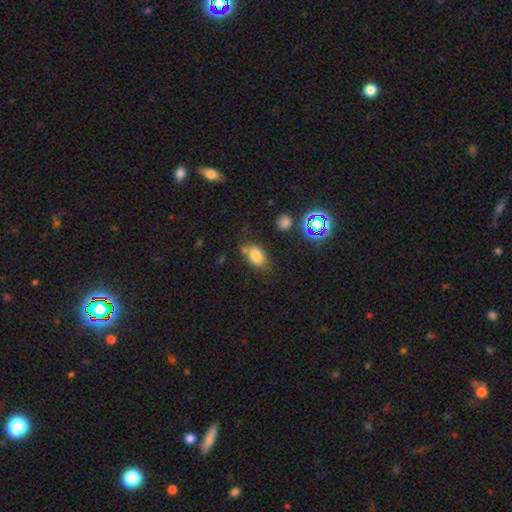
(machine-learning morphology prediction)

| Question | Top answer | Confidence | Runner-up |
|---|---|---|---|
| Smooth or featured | smooth | 77% | star or artifact (13%) |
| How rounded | in between | 82% | round (16%) |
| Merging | none | 66% | minor disturbance (19%) |